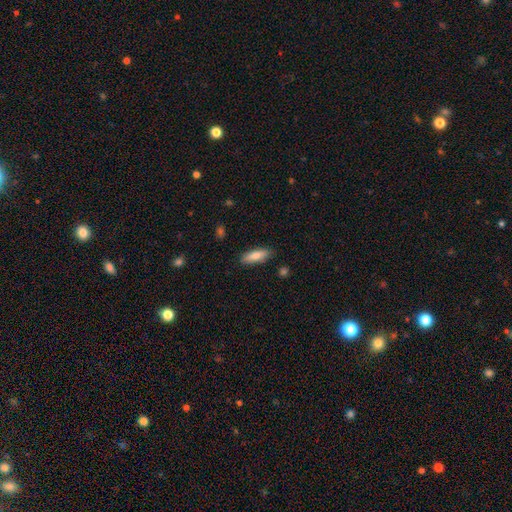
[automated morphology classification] This is likely a smooth galaxy (79%). How rounded: possibly in between (54%). Merging: clearly none (86%).